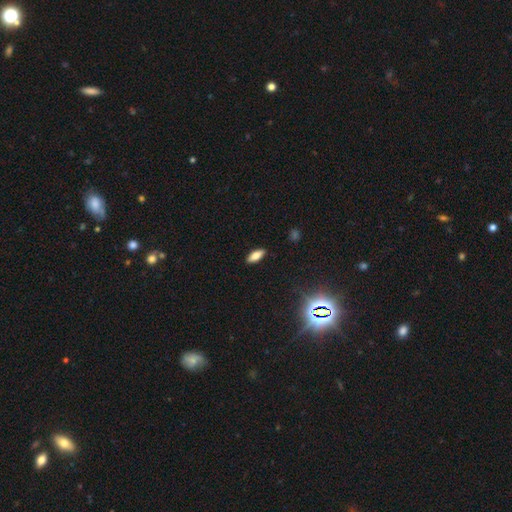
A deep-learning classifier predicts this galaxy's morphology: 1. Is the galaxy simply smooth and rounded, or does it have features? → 76% smooth, 14% featured or disk, 10% star or artifact.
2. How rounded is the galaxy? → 77% in between, 21% cigar-shaped, 2% round.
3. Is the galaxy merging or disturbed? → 89% none, 8% minor disturbance, 2% major disturbance, 1% merger.